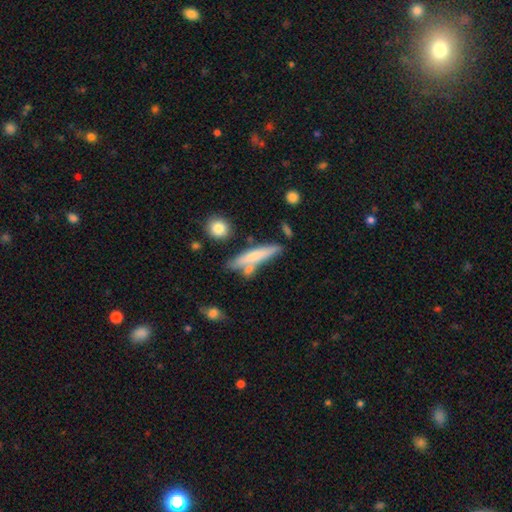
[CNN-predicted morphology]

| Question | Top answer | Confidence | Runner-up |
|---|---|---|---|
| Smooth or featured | smooth | 62% | featured or disk (32%) |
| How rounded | cigar-shaped | 83% | in between (15%) |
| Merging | none | 60% | merger (18%) |